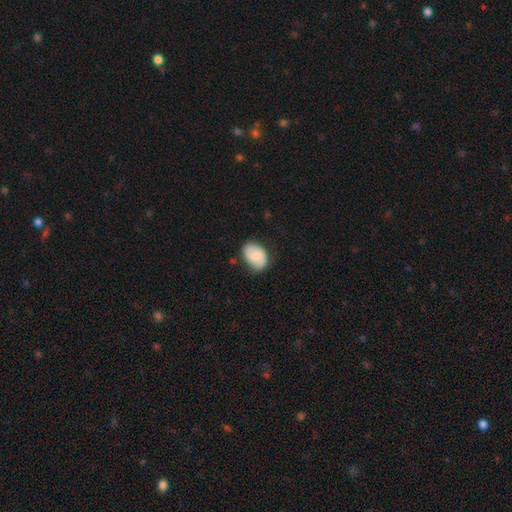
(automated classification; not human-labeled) The model was most divided on "smooth or featured": smooth: 70%, featured or disk: 24%, star or artifact: 7%. More confident: how rounded — in between (82%); merging — none (70%).